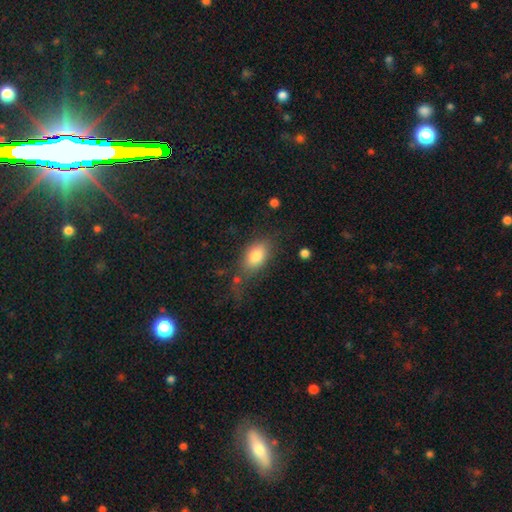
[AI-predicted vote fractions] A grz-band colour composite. It shows a smooth galaxy with no disk features (80%) that is in between round and cigar-shaped (87%). Merging: none (60%).